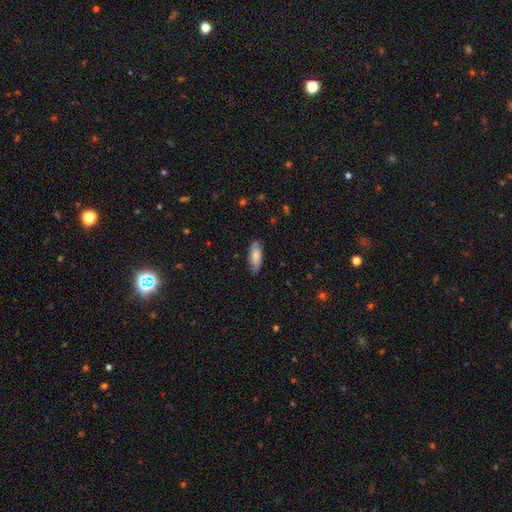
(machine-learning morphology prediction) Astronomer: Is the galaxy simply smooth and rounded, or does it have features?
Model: smooth — 71%.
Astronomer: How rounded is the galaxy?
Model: in between — 78%.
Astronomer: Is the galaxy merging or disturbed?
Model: none — 81%.